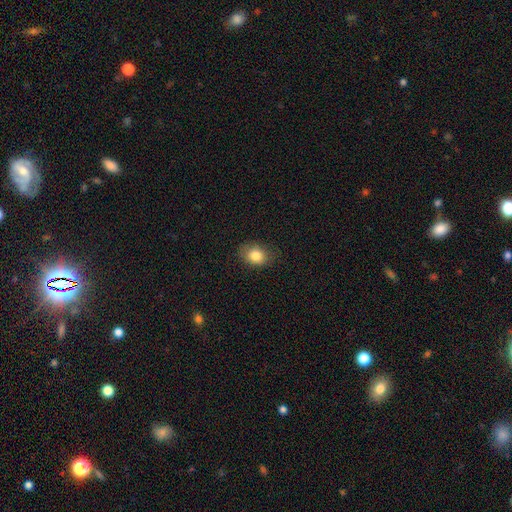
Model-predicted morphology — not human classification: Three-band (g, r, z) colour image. It shows a smooth galaxy with no disk features (82%) that is in between round and cigar-shaped (63%). Merging: none (77%).